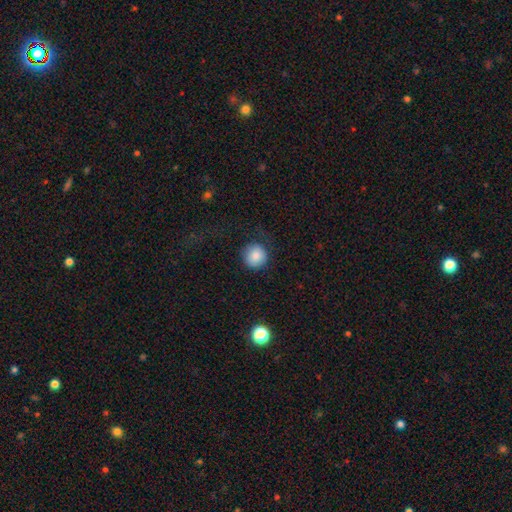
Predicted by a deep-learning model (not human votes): This is clearly a smooth galaxy (85%). How rounded: clearly round (93%). Merging: likely none (76%).